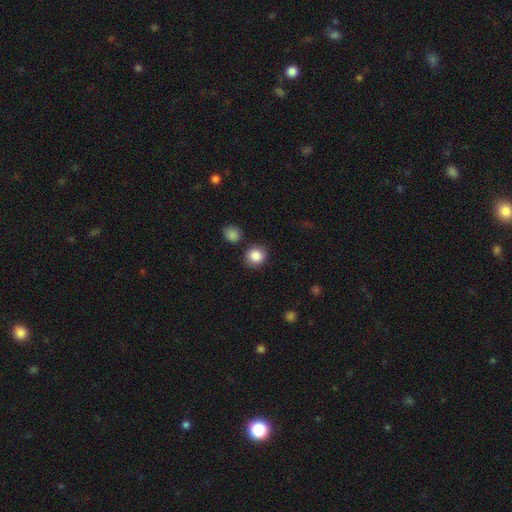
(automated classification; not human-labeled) A smooth galaxy with no disk features (86%) that is round (85%). Merging: none (85%).